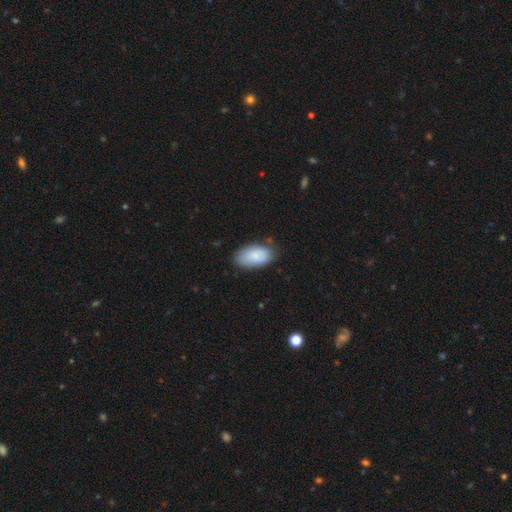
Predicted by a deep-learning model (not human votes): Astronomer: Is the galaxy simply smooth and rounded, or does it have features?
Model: smooth — 83%.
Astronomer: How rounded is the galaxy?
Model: in between — 94%.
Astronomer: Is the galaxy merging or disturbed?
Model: none — 74%.